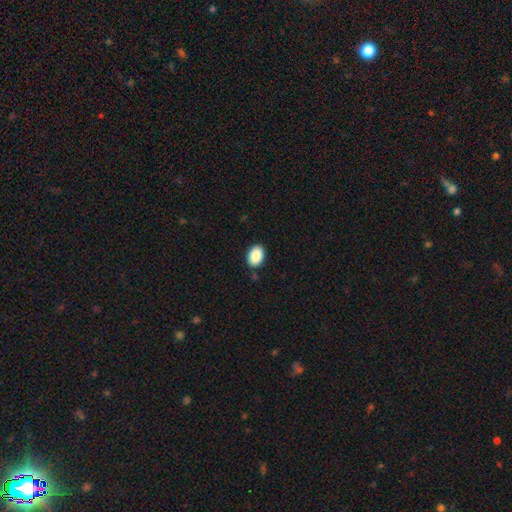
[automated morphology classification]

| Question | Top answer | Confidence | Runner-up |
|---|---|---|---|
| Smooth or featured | smooth | 89% | star or artifact (7%) |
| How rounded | in between | 82% | round (17%) |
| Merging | none | 88% | minor disturbance (9%) |